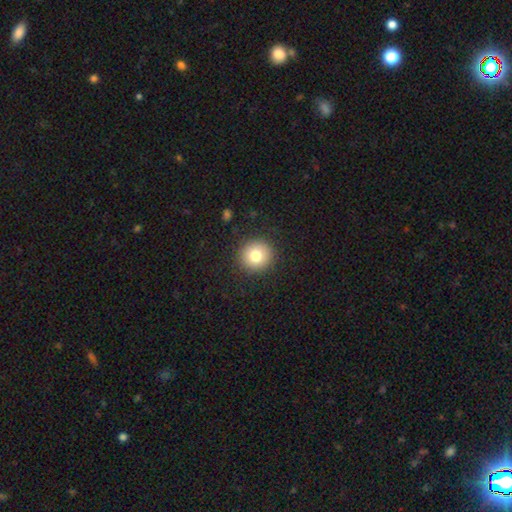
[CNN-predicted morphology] Smooth or featured? smooth (78%)
How rounded? round (93%)
Merging? none (91%)